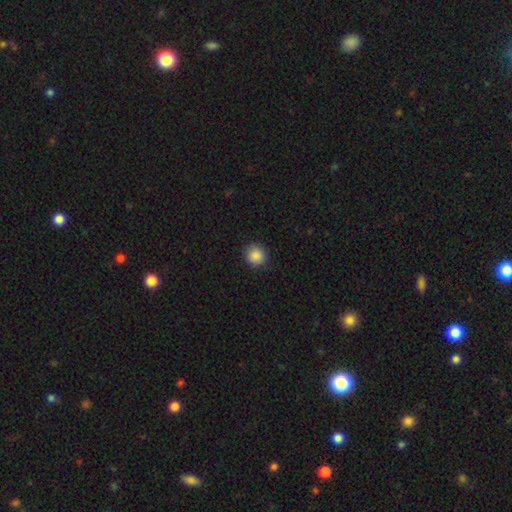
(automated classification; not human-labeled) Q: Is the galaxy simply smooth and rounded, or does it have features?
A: smooth — 88%.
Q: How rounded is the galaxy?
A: round — 92%.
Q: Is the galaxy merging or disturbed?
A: none — 89%.